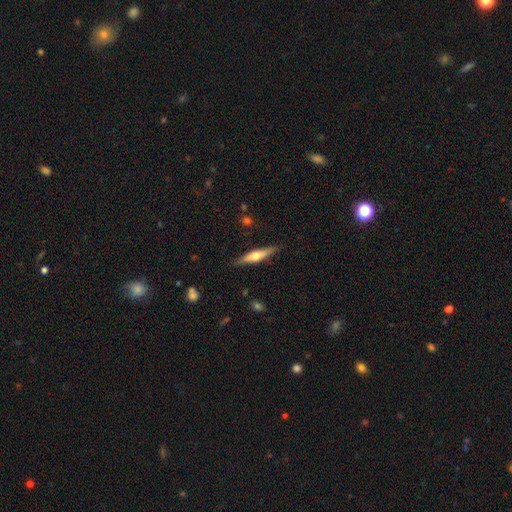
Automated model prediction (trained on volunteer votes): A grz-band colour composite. It shows a featured or disk galaxy (63%) viewed edge-on (95%) with a rounded central bulge (91%). Merging: none (87%).